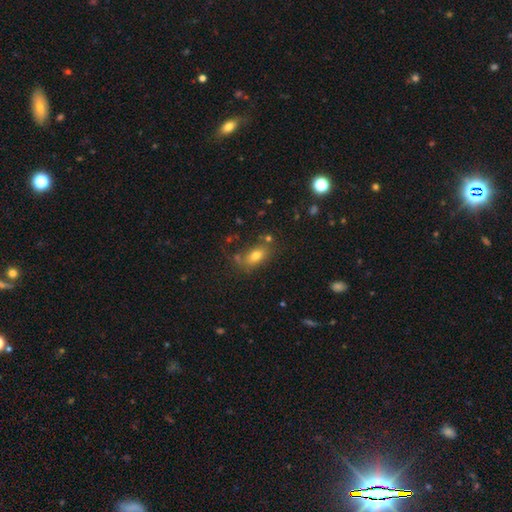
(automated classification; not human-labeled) Overall: smooth (74%). How rounded: in between (81%). Merging: none (69%).